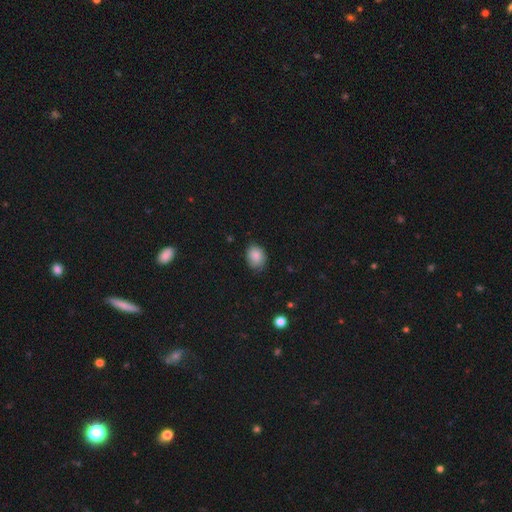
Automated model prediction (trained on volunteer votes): A smooth galaxy with no disk features (85%) that is in between round and cigar-shaped (53%).

Vote fractions:
- Smooth or featured? smooth: 85% / star or artifact: 9% / featured or disk: 7%
- How rounded? in between: 53% / round: 46% / cigar-shaped: 1%
- Merging? none: 71% / minor disturbance: 24% / major disturbance: 4% / merger: 1%